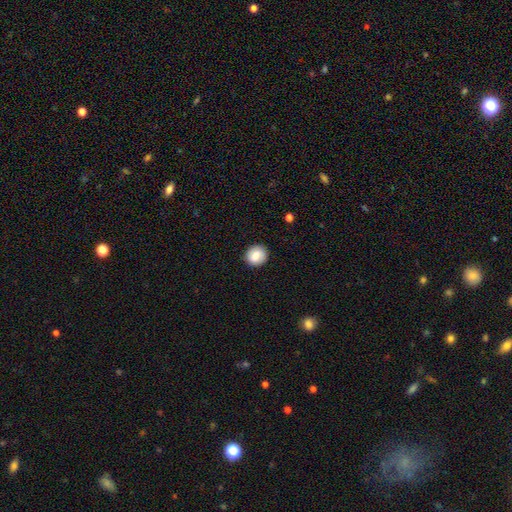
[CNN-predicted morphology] smooth-or-featured: smooth: 76% | featured or disk: 16% | star or artifact: 8%
  how-rounded: round: 88% | in between: 12% | cigar-shaped: 1%
  merging: none: 89% | minor disturbance: 8% | major disturbance: 2% | merger: 1%